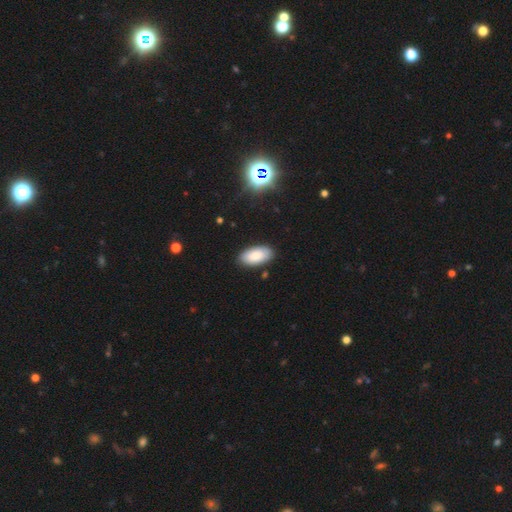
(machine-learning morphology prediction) Smooth or featured? Predicted: smooth (p=0.85). How rounded? Predicted: in between (p=0.94). Merging? Predicted: none (p=0.86).